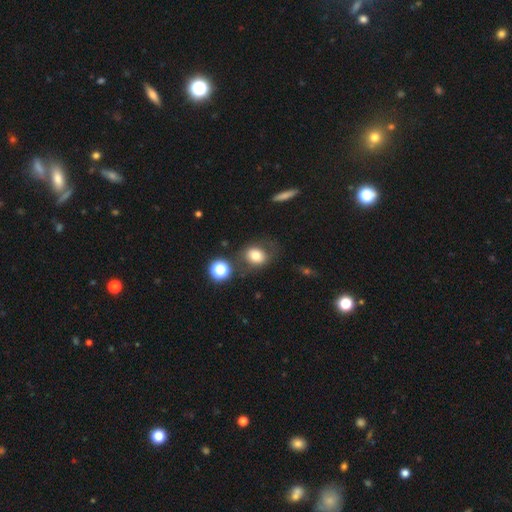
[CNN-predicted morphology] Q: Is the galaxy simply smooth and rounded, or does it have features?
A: smooth — 72%.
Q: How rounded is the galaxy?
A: in between — 53%.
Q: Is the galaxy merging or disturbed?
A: none — 65%.